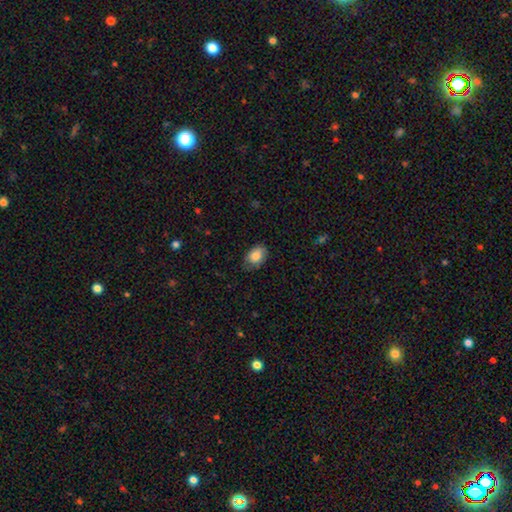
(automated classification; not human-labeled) Smooth or featured? Predicted: smooth (p=0.85). How rounded? Predicted: in between (p=0.81). Merging? Predicted: none (p=0.74).